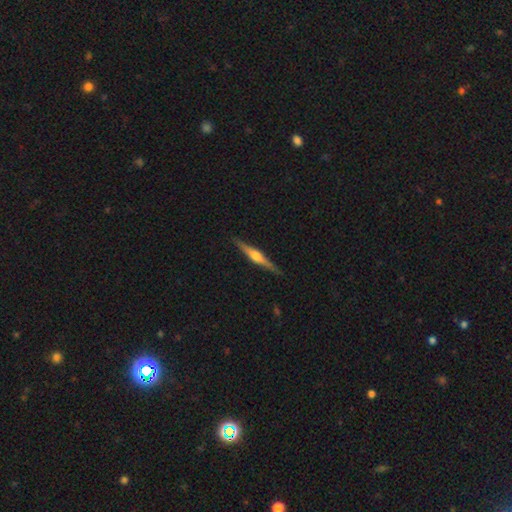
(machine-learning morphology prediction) This is likely a featured or disk galaxy (77%). It is clearly viewed edge-on (98%). Edge-on bulge: clearly rounded (87%). Merging: clearly none (90%).